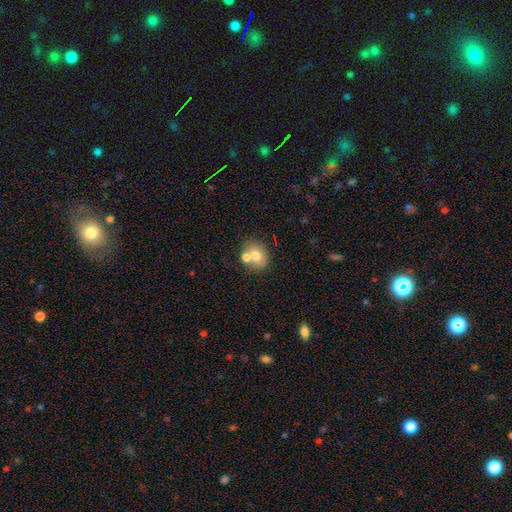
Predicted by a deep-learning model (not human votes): Smooth or featured? Predicted: smooth (p=0.70). How rounded? Predicted: round (p=0.69). Merging? Predicted: none (p=0.55).